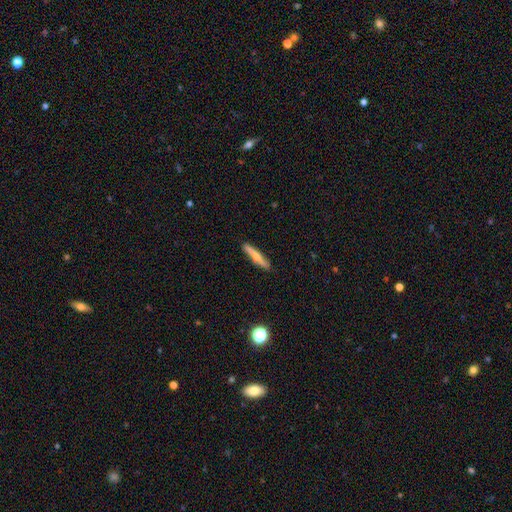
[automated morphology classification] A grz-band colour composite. It shows a smooth galaxy with no disk features (59%) that is cigar-shaped (92%). Merging: none (87%).